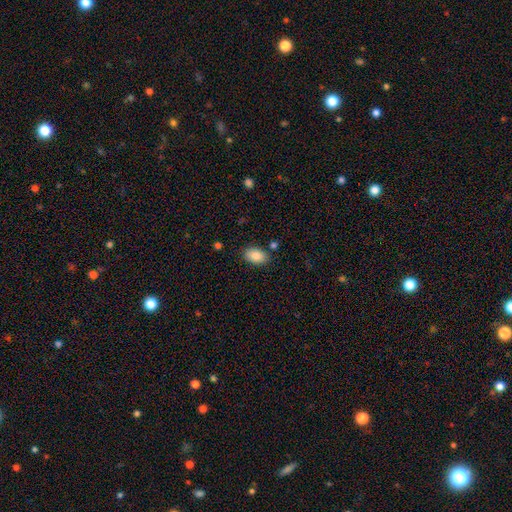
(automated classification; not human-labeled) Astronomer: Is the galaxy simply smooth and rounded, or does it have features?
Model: smooth — 87%.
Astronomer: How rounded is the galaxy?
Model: in between — 92%.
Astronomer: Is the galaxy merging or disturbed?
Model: none — 83%.